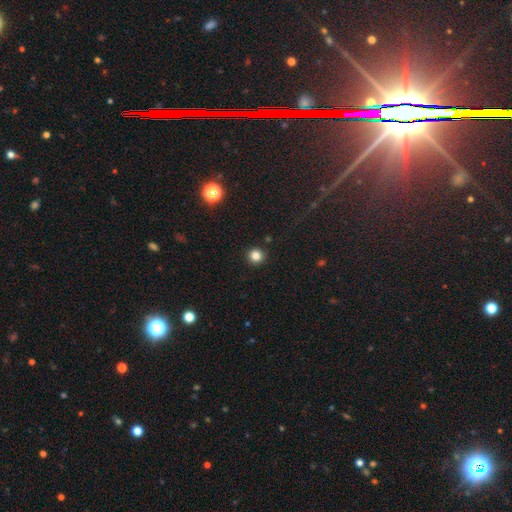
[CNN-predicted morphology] Smooth or featured: smooth — 83% (star or artifact — 13%)
How rounded: round — 95% (in between — 4%)
Merging: none — 93% (minor disturbance — 4%)